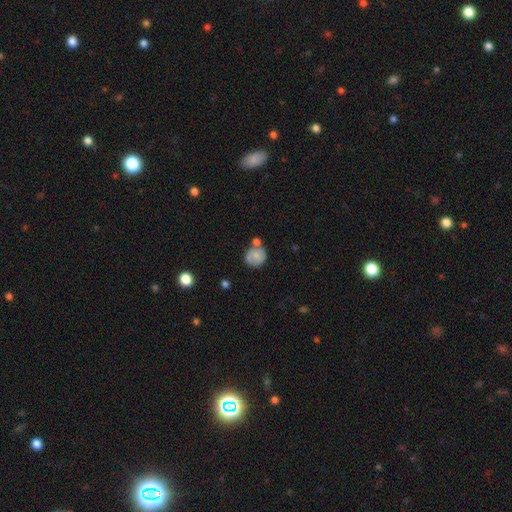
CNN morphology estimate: Overall: smooth (61%; featured or disk 31%). How rounded: round (79%). Merging: none (52%; merger 22%).